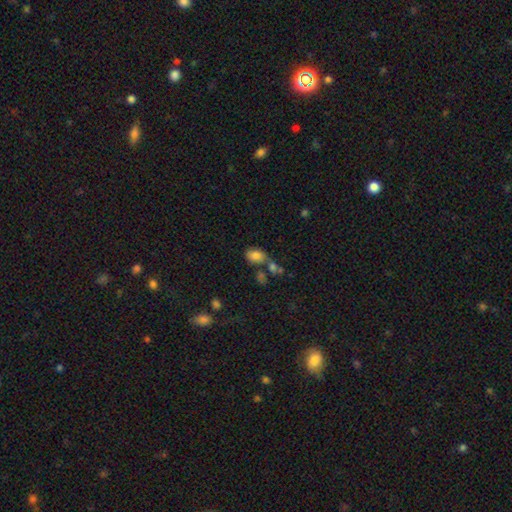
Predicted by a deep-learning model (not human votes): This appears to be a smooth galaxy with no disk features (79%) that is in between round and cigar-shaped (81%). Merging: none (40%).